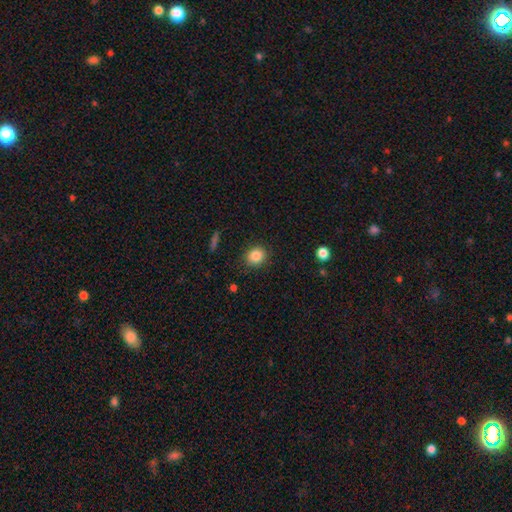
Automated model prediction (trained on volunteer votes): A smooth galaxy with no disk features (85%) that is round (74%).

Vote fractions:
- Smooth or featured? smooth: 85% / star or artifact: 10% / featured or disk: 5%
- How rounded? round: 74% / in between: 25% / cigar-shaped: 1%
- Merging? none: 88% / minor disturbance: 8% / major disturbance: 3% / merger: 1%